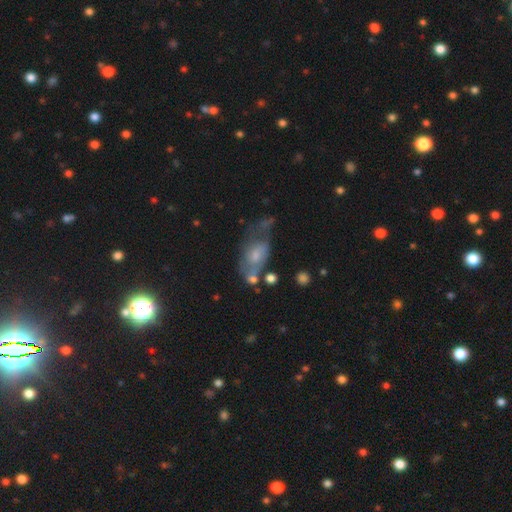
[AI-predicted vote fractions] A featured or disk galaxy (46%). Merging: major disturbance (31%).